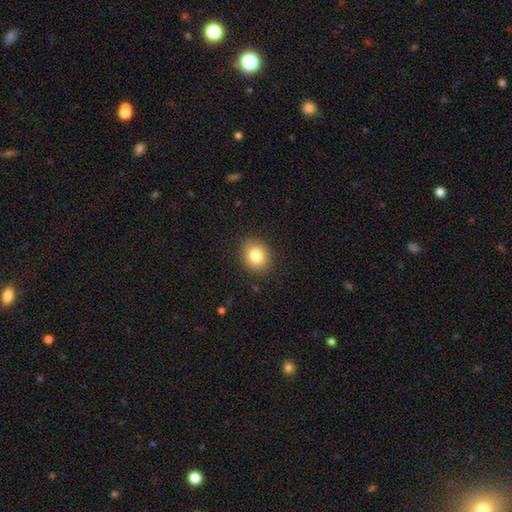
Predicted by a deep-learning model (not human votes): The model was most divided on "how rounded": round: 73%, in between: 26%, cigar-shaped: 1%. More confident: merging — none (89%); smooth or featured — smooth (82%).